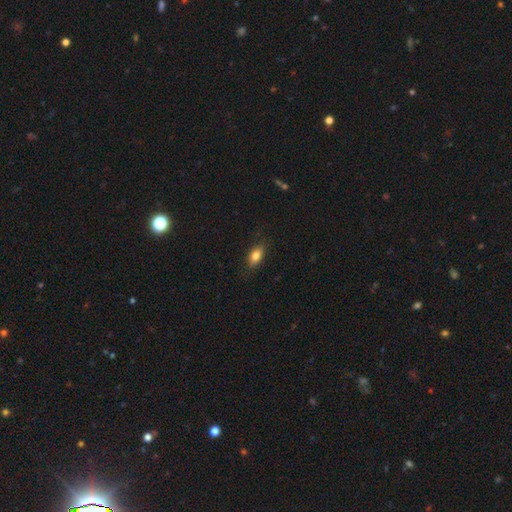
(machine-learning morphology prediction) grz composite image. It shows a smooth galaxy with no disk features (82%) that is in between round and cigar-shaped (86%). Merging: none (84%).